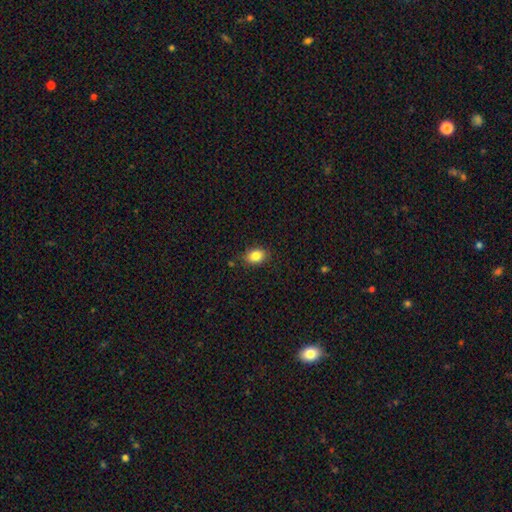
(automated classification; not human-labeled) The model was most divided on "how rounded": in between: 70%, round: 28%, cigar-shaped: 1%. More confident: smooth or featured — smooth (85%); merging — none (83%).